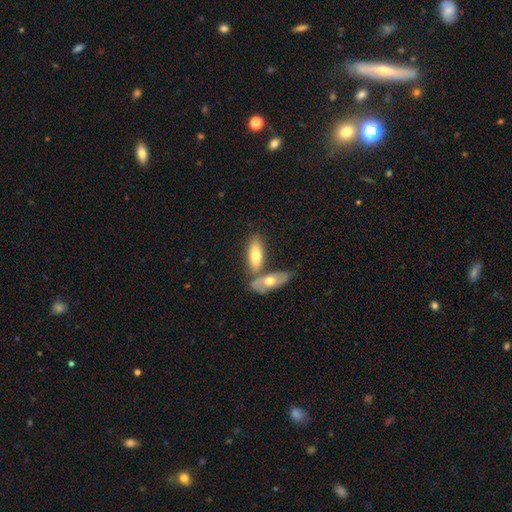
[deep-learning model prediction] Smooth or featured? smooth (62%)
How rounded? in between (69%)
Merging? none (46%)